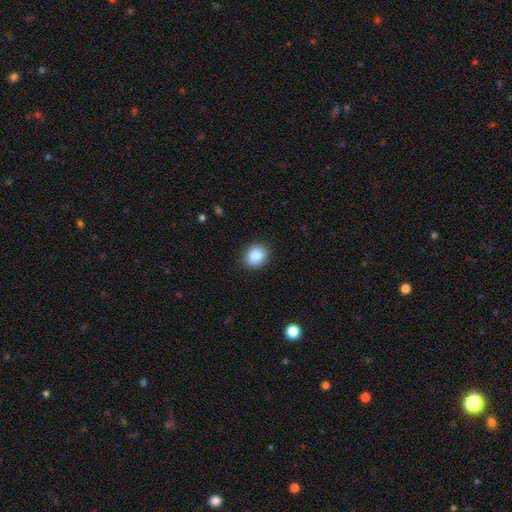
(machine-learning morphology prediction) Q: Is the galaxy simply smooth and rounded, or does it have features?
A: smooth — 89%.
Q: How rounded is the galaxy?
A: round — 66%.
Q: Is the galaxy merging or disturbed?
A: none — 89%.